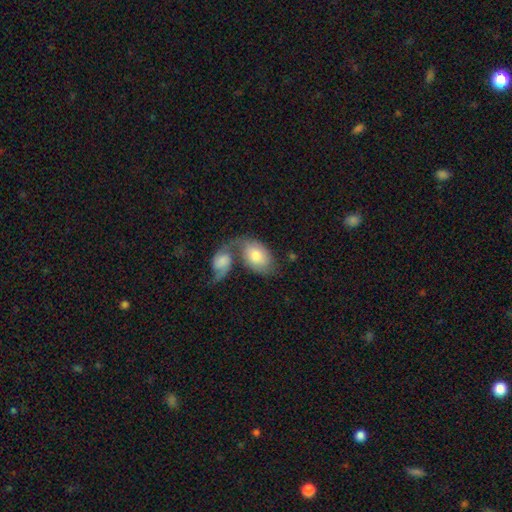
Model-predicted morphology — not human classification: smooth-or-featured: smooth: 60% | featured or disk: 34% | star or artifact: 6%
  how-rounded: in between: 85% | round: 14% | cigar-shaped: 1%
  merging: merger: 62% | none: 20% | minor disturbance: 10% | major disturbance: 8%